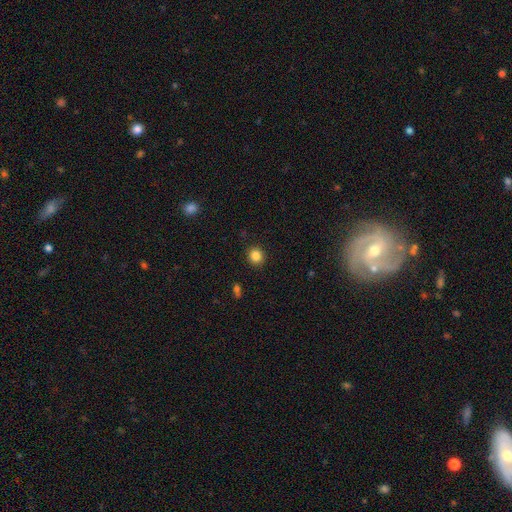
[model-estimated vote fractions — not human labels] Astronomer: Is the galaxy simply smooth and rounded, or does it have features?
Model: smooth — 85%.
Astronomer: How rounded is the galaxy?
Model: round — 85%.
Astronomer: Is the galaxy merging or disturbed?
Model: none — 91%.